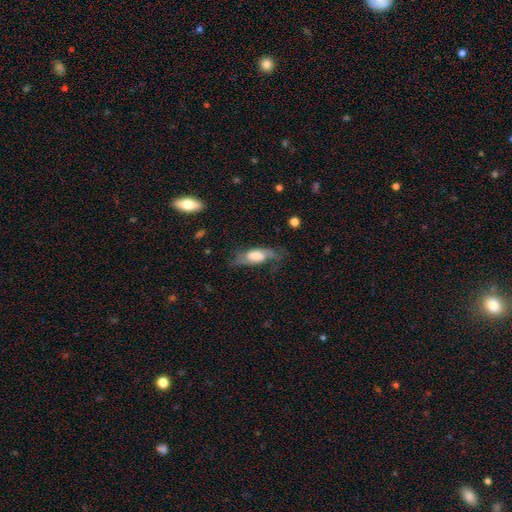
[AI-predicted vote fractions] smooth-or-featured: smooth: 48% | featured or disk: 44% | star or artifact: 7%
  merging: none: 43% | minor disturbance: 28% | major disturbance: 27% | merger: 2%